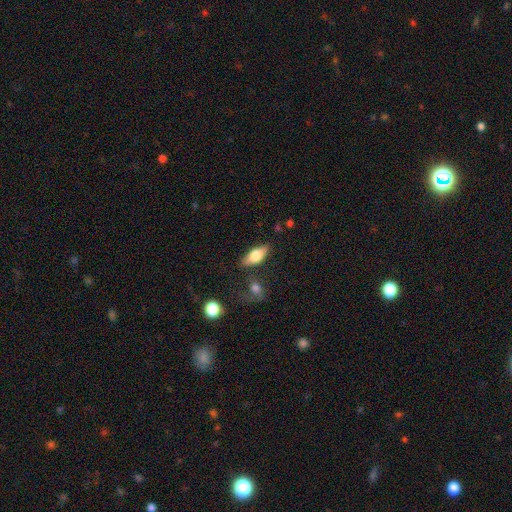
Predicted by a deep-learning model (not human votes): The model was most divided on "smooth or featured": smooth: 69%, featured or disk: 24%, star or artifact: 7%. More confident: how rounded — in between (81%); merging — none (75%).